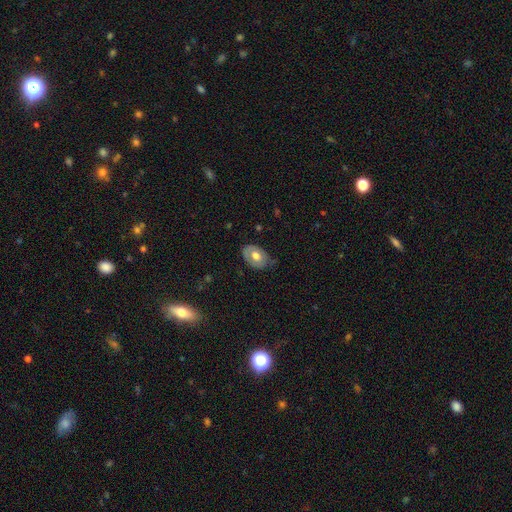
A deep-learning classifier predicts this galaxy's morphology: Smooth or featured? smooth (55%)
How rounded? in between (80%)
Merging? none (64%)